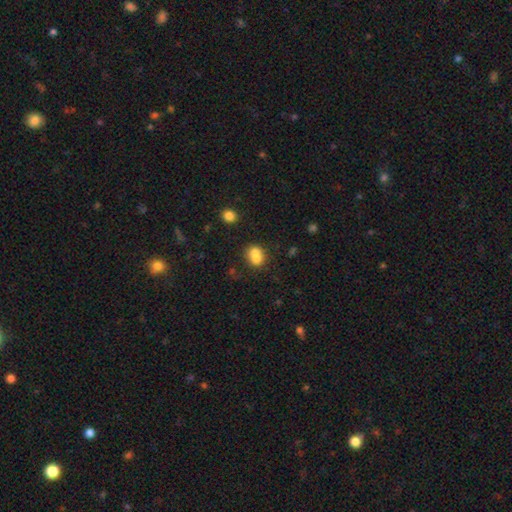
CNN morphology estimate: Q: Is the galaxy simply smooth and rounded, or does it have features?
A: smooth — 72%.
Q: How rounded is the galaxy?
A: round — 59%.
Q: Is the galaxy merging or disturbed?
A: merger — 60%.